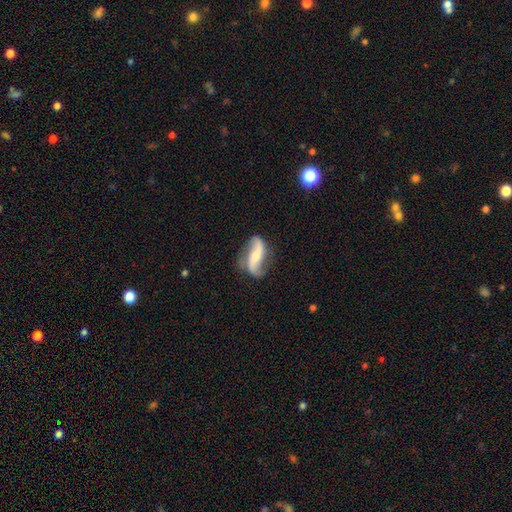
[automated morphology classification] Q: Smooth or featured?
A: featured or disk (83%); runner-up: smooth (12%)
Q: Edge-on disk?
A: no (94%); runner-up: yes (6%)
Q: Bar?
A: no (39%); runner-up: strong (33%)
Q: Spiral arms?
A: yes (95%); runner-up: no (5%)
Q: Spiral winding?
A: loose (77%); runner-up: medium (17%)
Q: Spiral arm count?
A: 2 (92%); runner-up: can't tell (2%)
Q: Bulge size?
A: small (48%); runner-up: moderate (44%)
Q: Merging?
A: none (73%); runner-up: minor disturbance (17%)